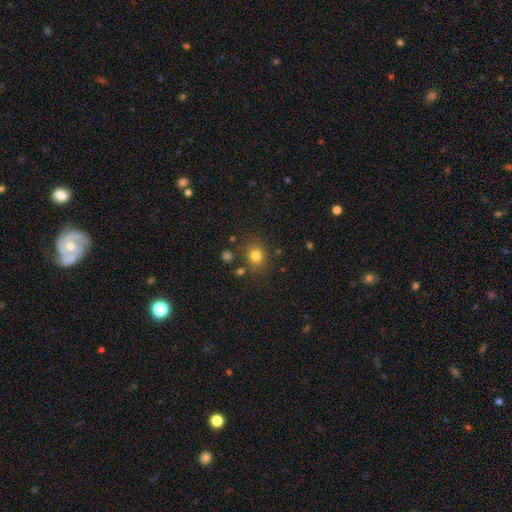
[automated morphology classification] Q: Smooth or featured?
A: smooth (80%); runner-up: star or artifact (14%)
Q: How rounded?
A: round (81%); runner-up: in between (18%)
Q: Merging?
A: none (80%); runner-up: minor disturbance (11%)